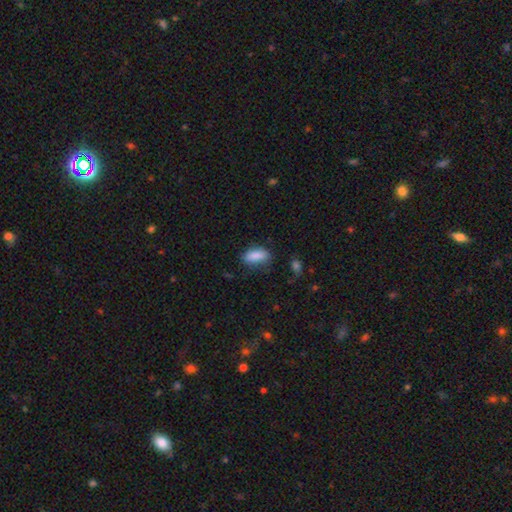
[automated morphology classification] smooth 87%, star or artifact 7%, featured or disk 6%. Down the decision tree: how rounded — in between (84%); merging — none (71%).